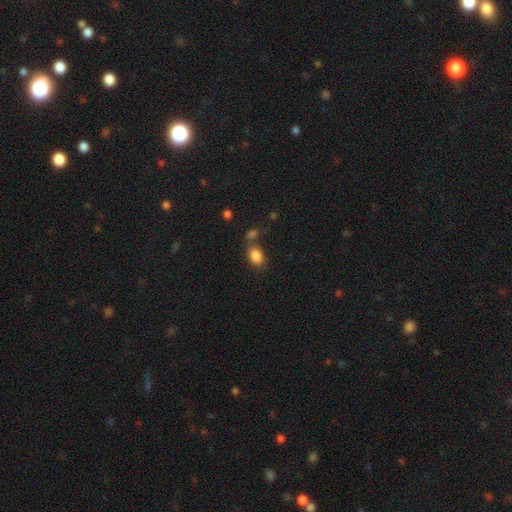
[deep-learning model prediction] This appears to be a smooth galaxy with no disk features (85%) that is in between round and cigar-shaped (82%). Merging: none (61%).